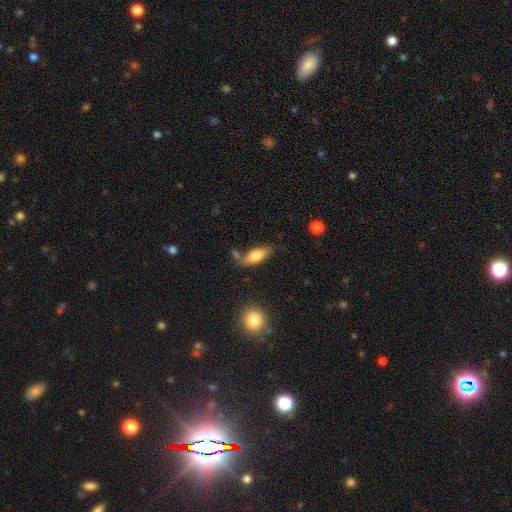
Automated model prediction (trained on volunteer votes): Smooth or featured? smooth (74%)
How rounded? in between (79%)
Merging? none (54%)